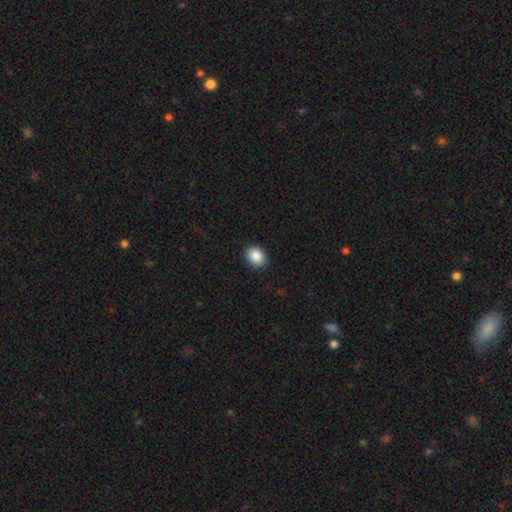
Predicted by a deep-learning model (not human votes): smooth_or_featured: smooth (p=0.88) [alt: star or artifact p=0.08]
how_rounded: in between (p=0.52) [alt: round p=0.47]
merging: none (p=0.90) [alt: minor disturbance p=0.07]